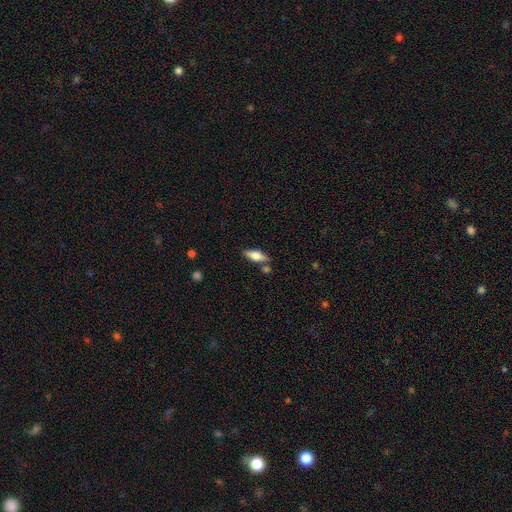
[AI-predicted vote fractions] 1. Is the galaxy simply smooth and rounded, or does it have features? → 57% smooth, 37% featured or disk, 7% star or artifact.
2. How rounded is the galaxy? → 62% in between, 35% cigar-shaped, 3% round.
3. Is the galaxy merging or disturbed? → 76% none, 13% minor disturbance, 8% merger, 3% major disturbance.